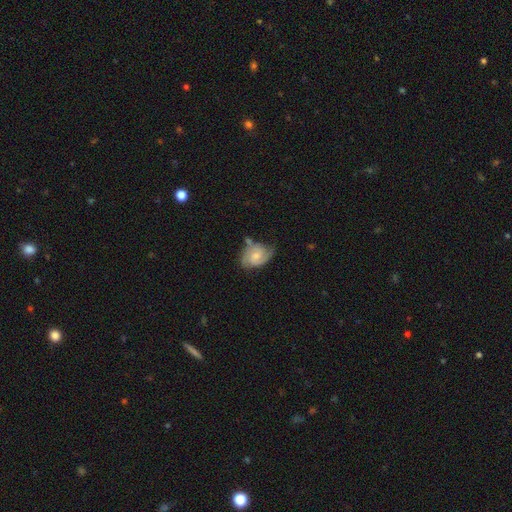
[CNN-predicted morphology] Smooth or featured? featured or disk (69%)
Edge-on disk? no (97%)
Bar? no (60%)
Spiral arms? yes (92%)
Spiral winding? medium (43%)
Spiral arm count? 2 (67%)
Bulge size? moderate (46%)
Merging? none (51%)